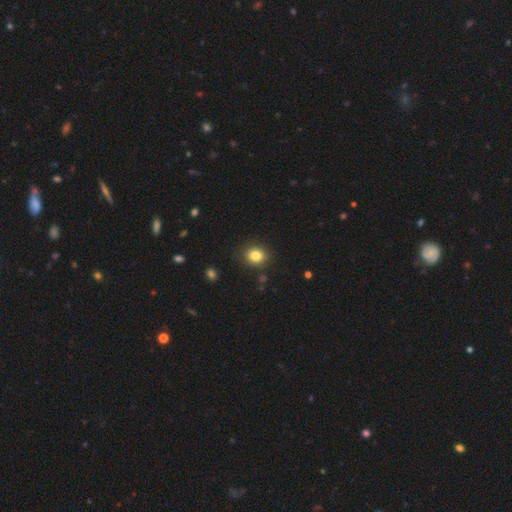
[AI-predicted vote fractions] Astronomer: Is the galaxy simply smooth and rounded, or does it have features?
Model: smooth — 83%.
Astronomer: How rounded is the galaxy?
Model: round — 74%.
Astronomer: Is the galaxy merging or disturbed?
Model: none — 89%.